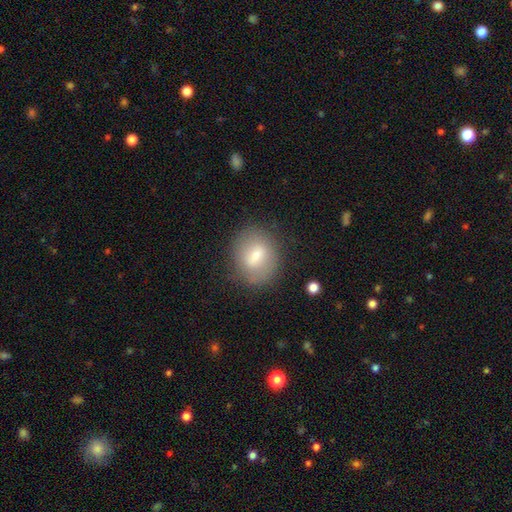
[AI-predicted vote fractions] The model was most divided on "how rounded": round: 55%, in between: 43%, cigar-shaped: 2%. More confident: merging — none (78%); smooth or featured — smooth (62%).